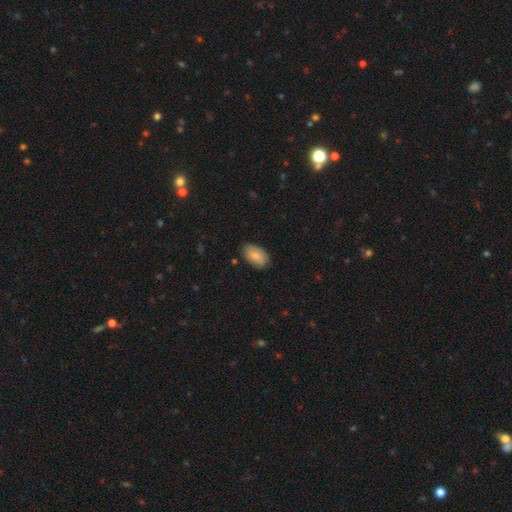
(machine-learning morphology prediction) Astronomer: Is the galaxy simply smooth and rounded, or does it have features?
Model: smooth — 80%.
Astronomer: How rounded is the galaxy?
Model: in between — 93%.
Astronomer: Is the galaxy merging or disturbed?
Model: none — 82%.